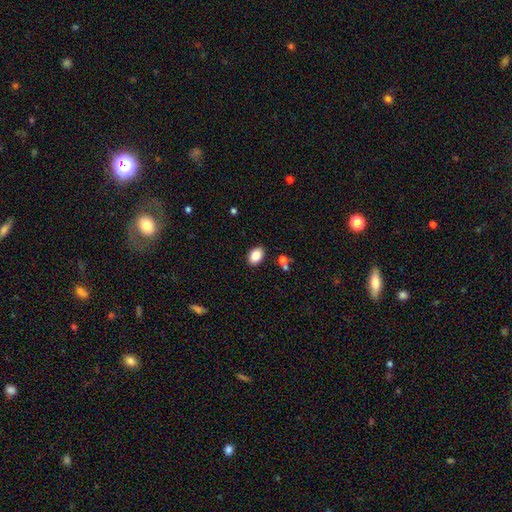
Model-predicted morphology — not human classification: Overall: smooth (86%). How rounded: in between (81%). Merging: none (87%).